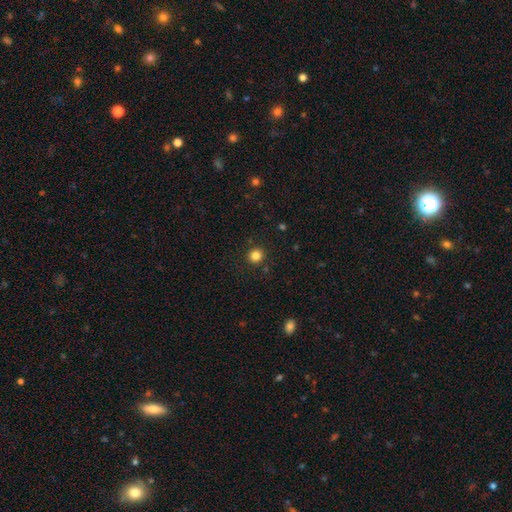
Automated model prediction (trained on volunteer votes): smooth_or_featured: smooth (p=0.83) [alt: star or artifact p=0.12]
how_rounded: round (p=0.91) [alt: in between p=0.08]
merging: none (p=0.91) [alt: minor disturbance p=0.06]